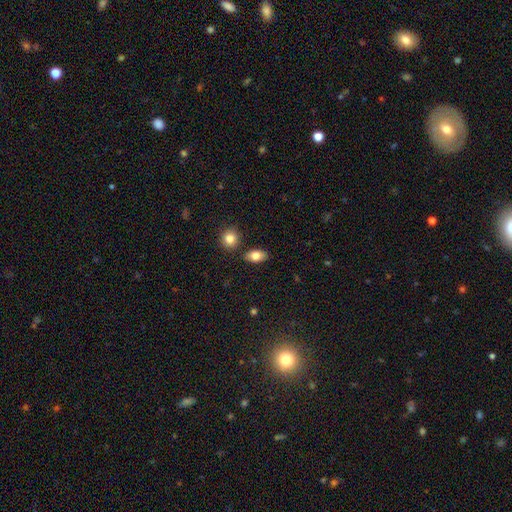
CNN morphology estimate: Smooth or featured?
  - smooth: 82% *
  - featured or disk: 10%
  - star or artifact: 8%
How rounded?
  - in between: 87% *
  - round: 11%
  - cigar-shaped: 3%
Merging?
  - none: 83% *
  - minor disturbance: 9%
  - merger: 6%
  - major disturbance: 2%